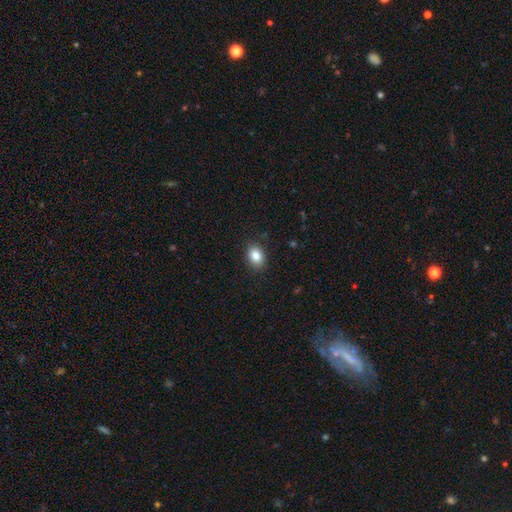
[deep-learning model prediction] The model was most divided on "how rounded": in between: 71%, round: 28%, cigar-shaped: 1%. More confident: merging — none (87%); smooth or featured — smooth (85%).